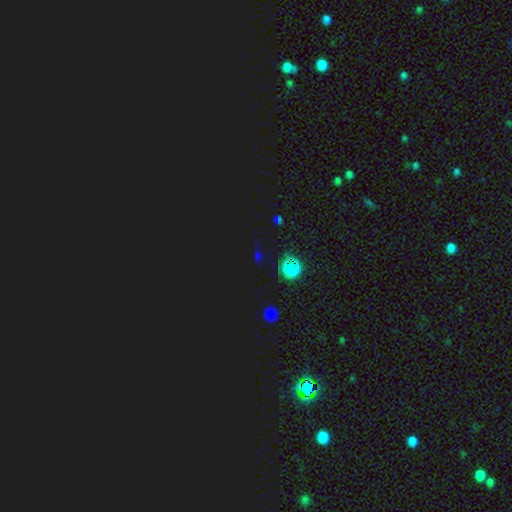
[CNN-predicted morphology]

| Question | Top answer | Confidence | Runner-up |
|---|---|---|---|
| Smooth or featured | star or artifact | 79% | smooth (14%) |